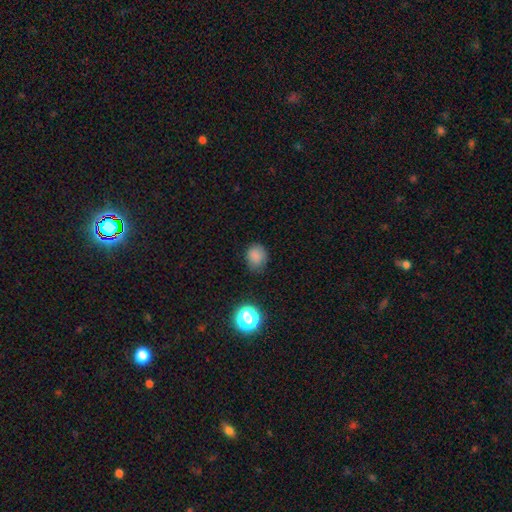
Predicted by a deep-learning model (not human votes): Overall: smooth (81%). How rounded: round (63%; in between 36%). Merging: none (76%).